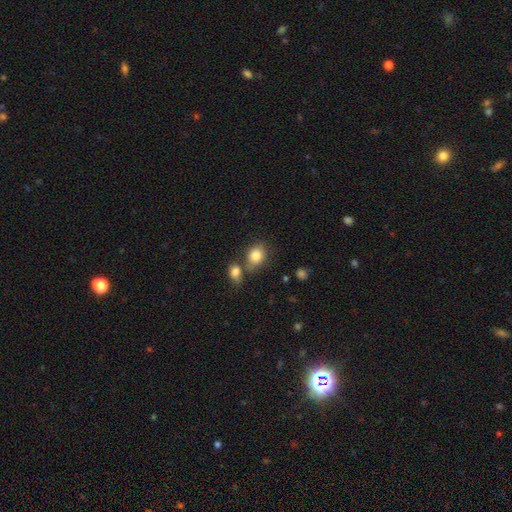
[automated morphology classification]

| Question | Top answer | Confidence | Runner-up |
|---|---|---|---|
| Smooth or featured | smooth | 84% | star or artifact (9%) |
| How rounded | in between | 58% | round (41%) |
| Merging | none | 53% | merger (29%) |